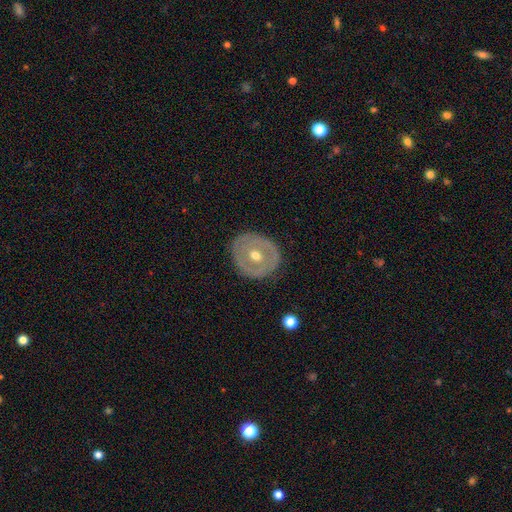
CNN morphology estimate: Smooth or featured? Predicted: featured or disk (p=0.63). Edge-on disk? Predicted: no (p=0.94). Bar? Predicted: no (p=0.73). Spiral arms? Predicted: no (p=0.79). Bulge size? Predicted: moderate (p=0.72). Merging? Predicted: none (p=0.84).